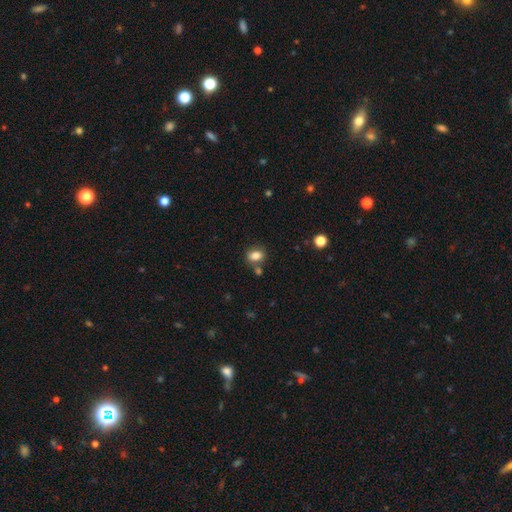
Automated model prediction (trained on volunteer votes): The model was most divided on "how rounded": in between: 69%, round: 30%, cigar-shaped: 2%. More confident: smooth or featured — smooth (81%); merging — none (66%).